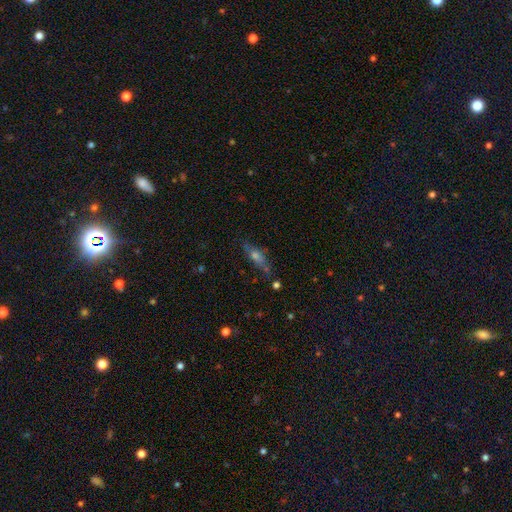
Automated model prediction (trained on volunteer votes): A smooth galaxy with no disk features (47%). Merging: none (63%).